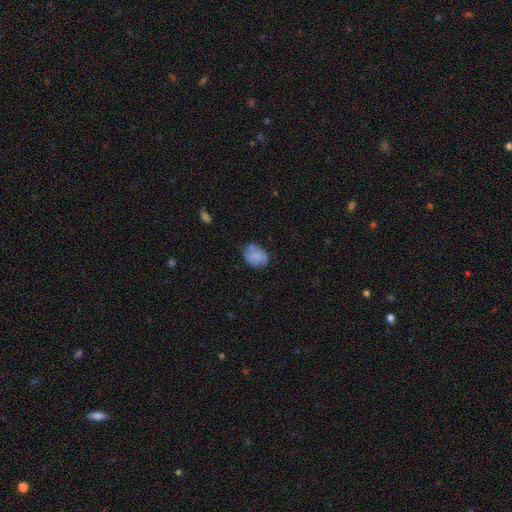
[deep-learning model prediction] smooth-or-featured: smooth: 76% | featured or disk: 16% | star or artifact: 8%
  how-rounded: in between: 56% | round: 43% | cigar-shaped: 1%
  merging: none: 58% | minor disturbance: 25% | merger: 10% | major disturbance: 7%